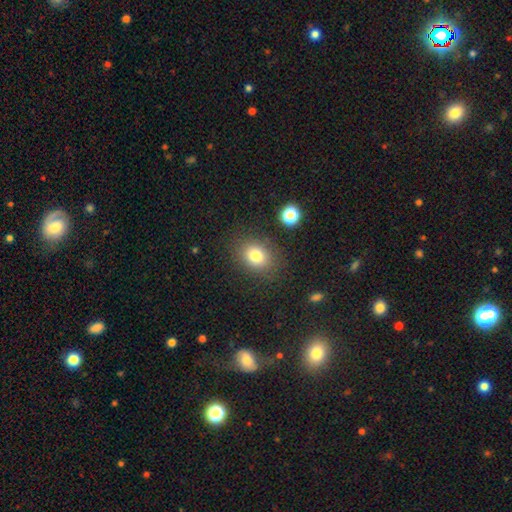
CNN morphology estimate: Smooth or featured?
  - smooth: 79% *
  - star or artifact: 13%
  - featured or disk: 9%
How rounded?
  - round: 51% *
  - in between: 48%
  - cigar-shaped: 1%
Merging?
  - none: 83% *
  - minor disturbance: 10%
  - major disturbance: 5%
  - merger: 2%